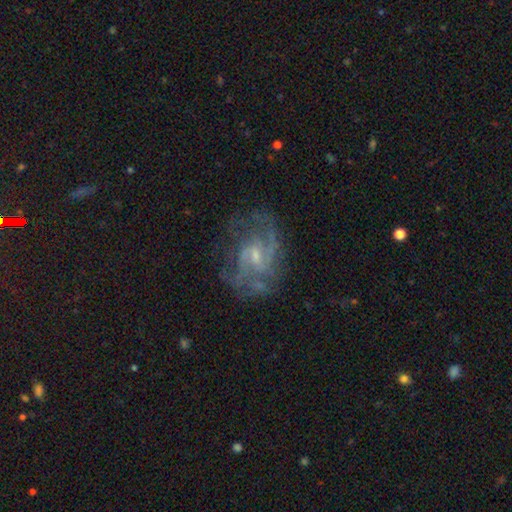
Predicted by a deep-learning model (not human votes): Overall: featured or disk (83%). Edge-on disk: no (97%). Bar: weak (55%; no 35%). Spiral arms: yes (92%). Spiral arm count: 2 (50%; can't tell 23%). Spiral winding: medium (50%; tight 26%). Bulge size: small (64%; moderate 27%). Merging: none (64%).